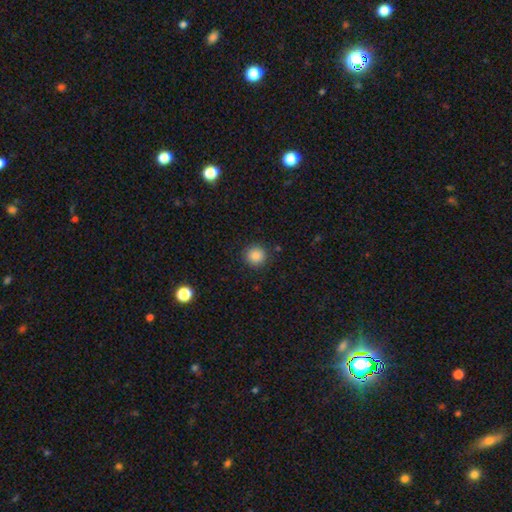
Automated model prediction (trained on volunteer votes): A smooth galaxy with no disk features (87%) that is round (93%). Merging: none (90%).